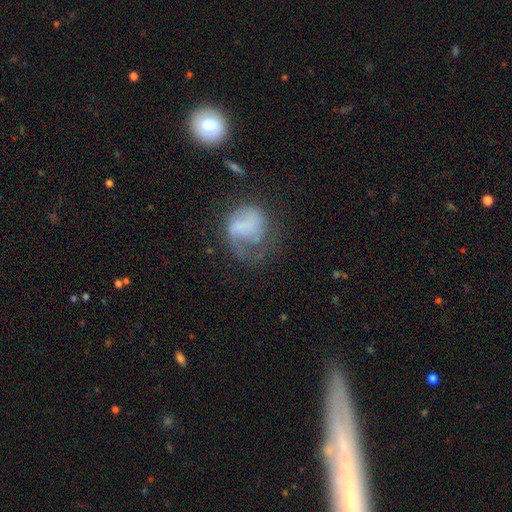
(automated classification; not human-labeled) smooth_or_featured: featured or disk (p=0.54) [alt: smooth p=0.33]
disk_edge_on: no (p=0.96) [alt: yes p=0.04]
bar: no (p=0.58) [alt: weak p=0.31]
has_spiral_arms: yes (p=0.78) [alt: no p=0.22]
bulge_size: none (p=0.53) [alt: small p=0.20]
merging: none (p=0.51) [alt: major disturbance p=0.24]